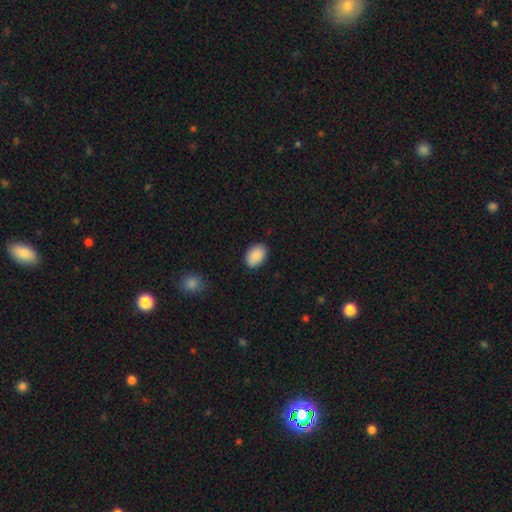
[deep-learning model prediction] Q: Smooth or featured?
A: smooth (89%); runner-up: star or artifact (6%)
Q: How rounded?
A: in between (84%); runner-up: round (15%)
Q: Merging?
A: none (86%); runner-up: minor disturbance (11%)